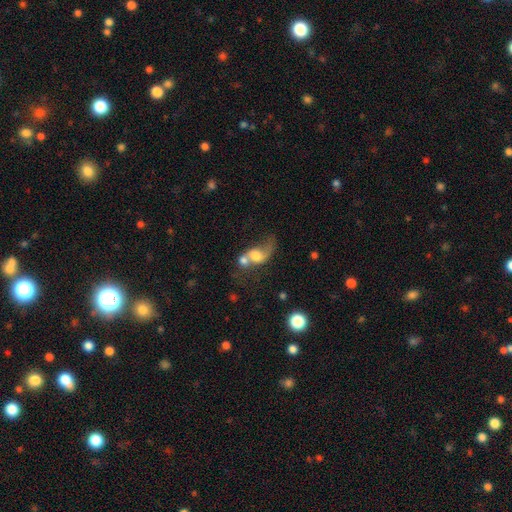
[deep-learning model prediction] smooth_or_featured: smooth (p=0.47) [alt: featured or disk p=0.42]
merging: merger (p=0.59) [alt: major disturbance p=0.18]